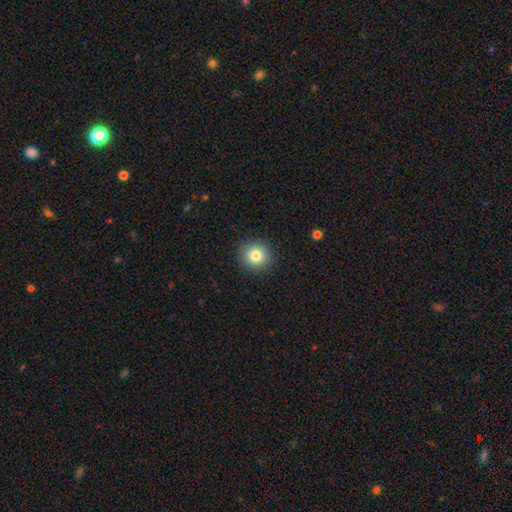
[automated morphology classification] Overall: smooth (82%). How rounded: round (93%). Merging: none (91%).